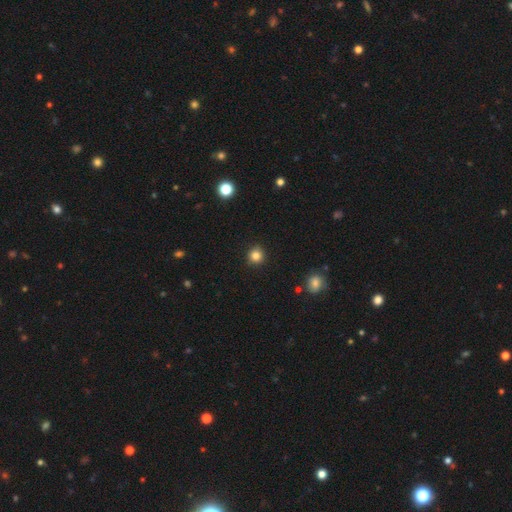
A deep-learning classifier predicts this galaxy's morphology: Q: Smooth or featured?
A: smooth (83%); runner-up: star or artifact (12%)
Q: How rounded?
A: round (94%); runner-up: in between (5%)
Q: Merging?
A: none (91%); runner-up: minor disturbance (6%)